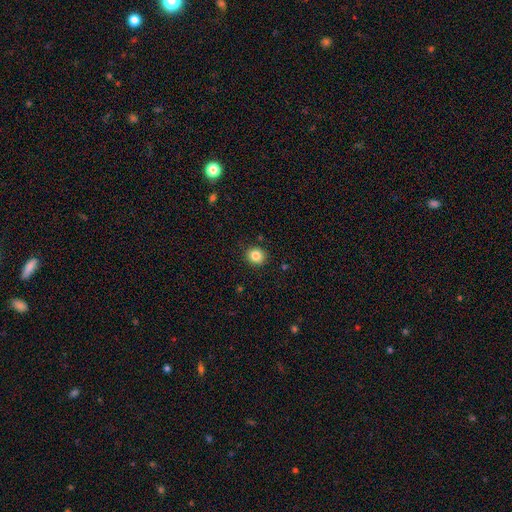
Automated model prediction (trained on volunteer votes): Smooth or featured: smooth — 85% (star or artifact — 10%)
How rounded: round — 87% (in between — 12%)
Merging: none — 90% (minor disturbance — 7%)